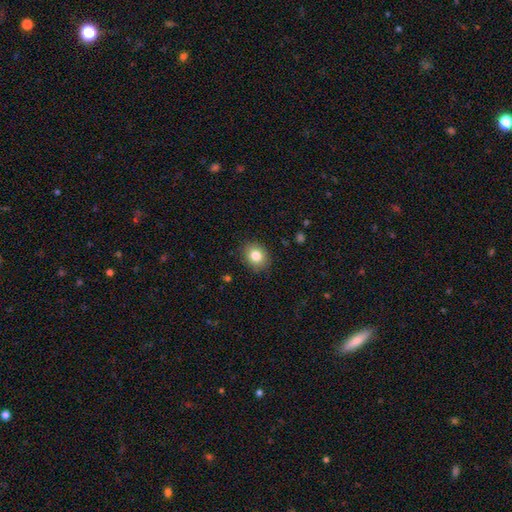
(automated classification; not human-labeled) smooth 82%, star or artifact 10%, featured or disk 9%. Down the decision tree: how rounded — round (52%); merging — none (87%).